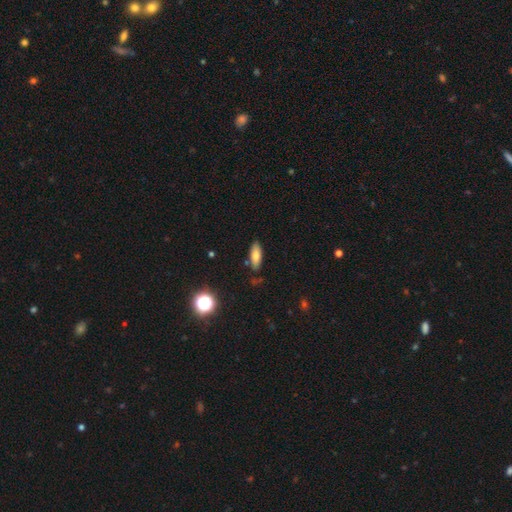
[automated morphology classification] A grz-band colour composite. It shows a smooth galaxy with no disk features (77%) that is in between round and cigar-shaped (65%). Merging: none (82%).